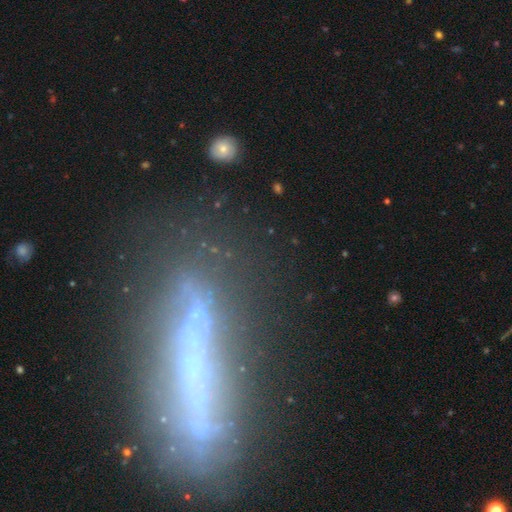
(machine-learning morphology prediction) Smooth or featured?
  - featured or disk: 65% *
  - smooth: 21%
  - star or artifact: 14%
Edge-on disk?
  - yes: 56% *
  - no: 44%
Merging?
  - none: 59% *
  - minor disturbance: 19%
  - major disturbance: 15%
  - merger: 6%